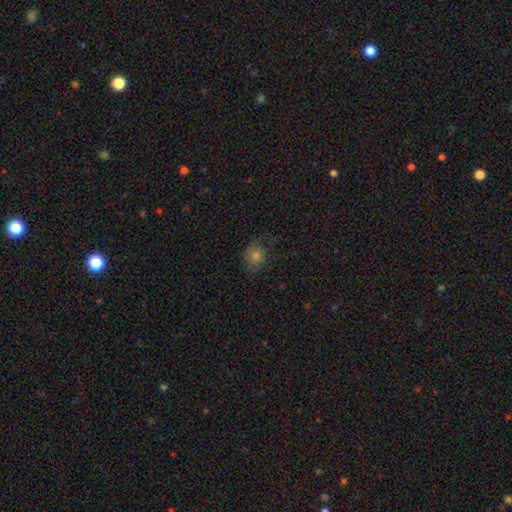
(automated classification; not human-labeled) Overall: smooth (70%). How rounded: round (59%; in between 40%). Merging: none (72%).